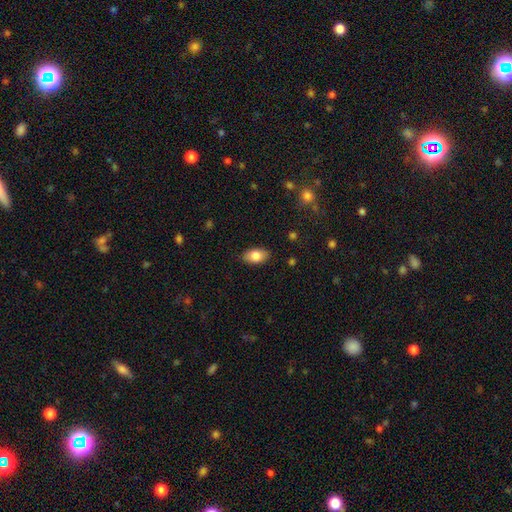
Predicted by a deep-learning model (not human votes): A smooth galaxy with no disk features (82%) that is in between round and cigar-shaped (92%).

Vote fractions:
- Smooth or featured? smooth: 82% / featured or disk: 11% / star or artifact: 7%
- How rounded? in between: 92% / round: 6% / cigar-shaped: 2%
- Merging? none: 87% / minor disturbance: 10% / major disturbance: 2% / merger: 1%